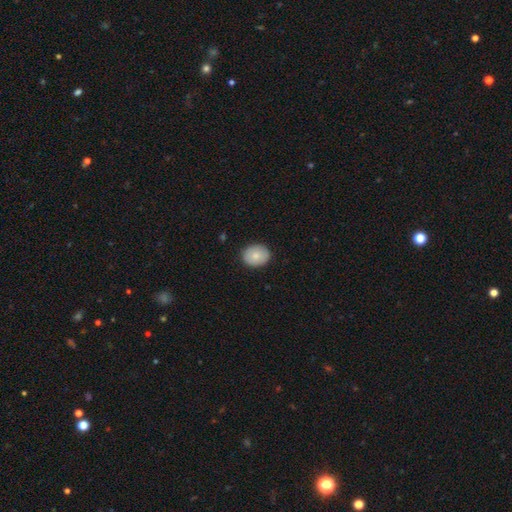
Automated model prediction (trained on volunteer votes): smooth 80%, featured or disk 13%, star or artifact 7%. Down the decision tree: how rounded — round (54%); merging — none (87%).